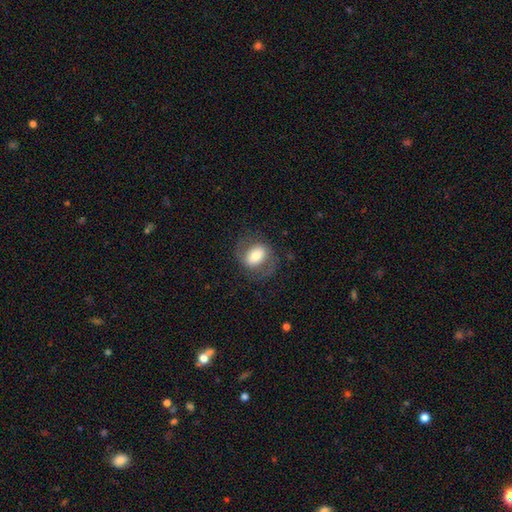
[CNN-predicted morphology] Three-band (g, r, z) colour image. It shows a smooth galaxy with no disk features (50%). Merging: none (69%).